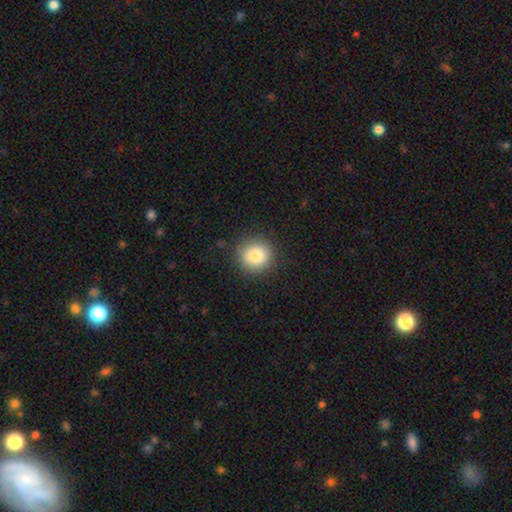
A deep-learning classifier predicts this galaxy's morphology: This appears to be a smooth galaxy with no disk features (82%) that is round (93%). Merging: none (88%).